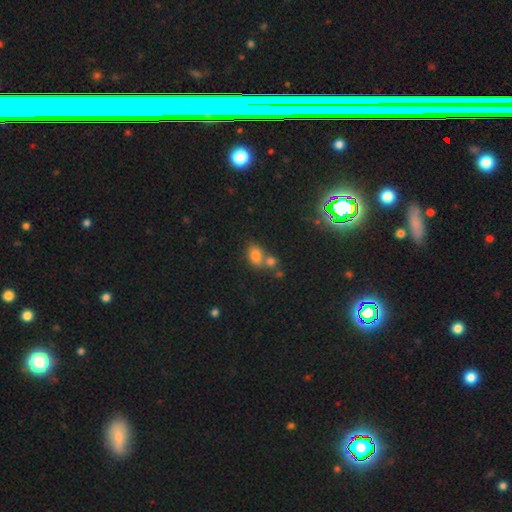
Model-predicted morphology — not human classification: Q: Smooth or featured?
A: smooth (76%); runner-up: star or artifact (15%)
Q: How rounded?
A: in between (75%); runner-up: round (23%)
Q: Merging?
A: merger (43%); runner-up: none (42%)